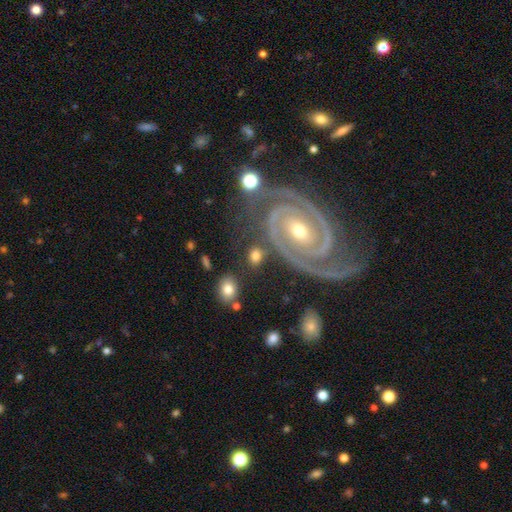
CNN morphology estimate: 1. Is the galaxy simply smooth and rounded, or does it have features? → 46% featured or disk, 45% smooth, 9% star or artifact.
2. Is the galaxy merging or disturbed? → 76% none, 12% minor disturbance, 8% merger, 5% major disturbance.